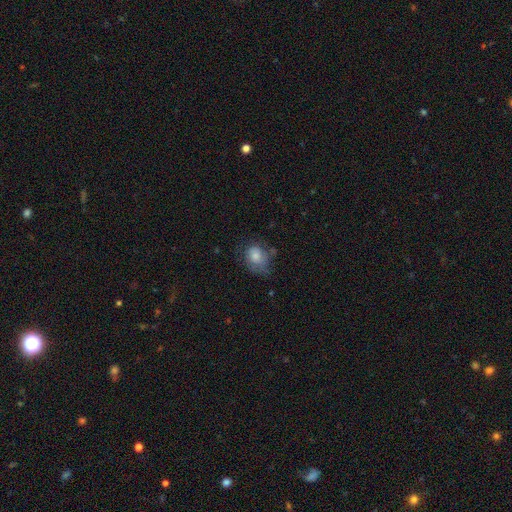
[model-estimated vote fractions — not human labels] smooth 68%, featured or disk 23%, star or artifact 9%. Down the decision tree: how rounded — round (52%); merging — none (44%).